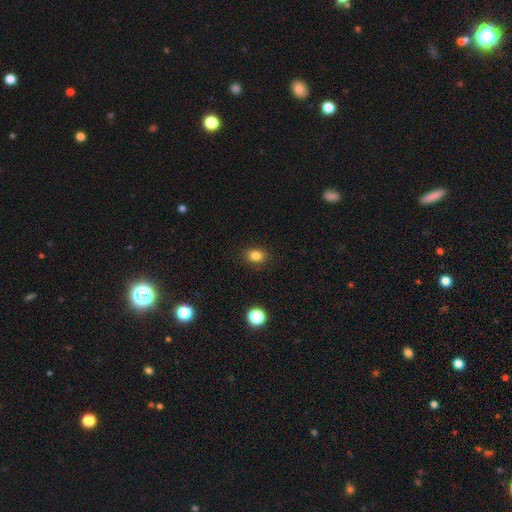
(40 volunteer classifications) smooth-or-featured: smooth: 92% | star or artifact: 5% | featured or disk: 2%
  how-rounded: in between: 62% | round: 38% | cigar-shaped: 0%
  merging: none: 87% | minor disturbance: 8% | major disturbance: 5% | merger: 0%